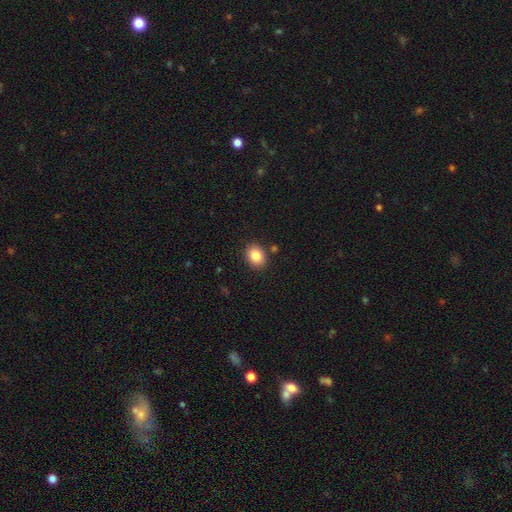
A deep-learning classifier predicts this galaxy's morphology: Smooth or featured? smooth (85%)
How rounded? in between (53%)
Merging? none (87%)